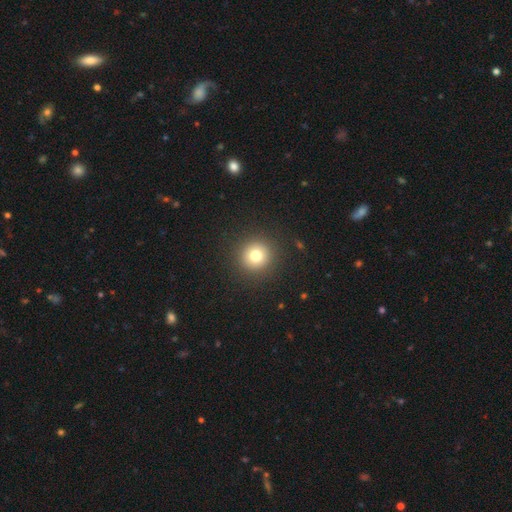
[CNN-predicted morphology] Smooth or featured? Predicted: smooth (p=0.77). How rounded? Predicted: round (p=0.95). Merging? Predicted: none (p=0.91).